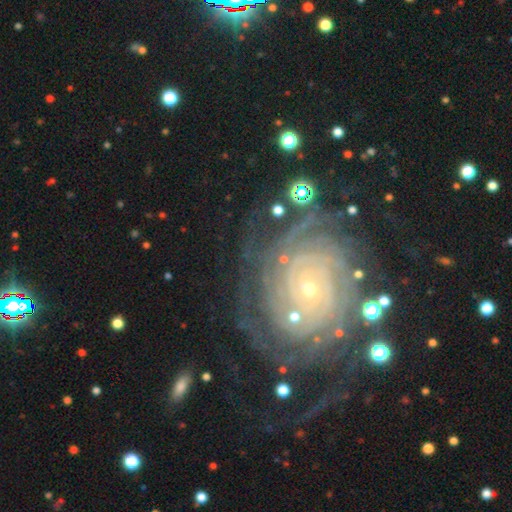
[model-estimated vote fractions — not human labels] Smooth or featured?
  - featured or disk: 81% *
  - star or artifact: 12%
  - smooth: 8%
Edge-on disk?
  - no: 97% *
  - yes: 3%
Bar?
  - no: 80% *
  - weak: 14%
  - strong: 6%
Spiral arms?
  - yes: 96% *
  - no: 4%
Spiral winding?
  - tight: 81% *
  - medium: 14%
  - loose: 4%
Spiral arm count?
  - can't tell: 32% *
  - more than 4: 25%
  - 4: 15%
  - 3: 10%
  - 2: 10%
  - 1: 8%
Bulge size?
  - small: 84% *
  - moderate: 12%
  - none: 2%
  - large: 1%
  - dominant: 1%
Merging?
  - none: 72% *
  - minor disturbance: 15%
  - major disturbance: 10%
  - merger: 3%